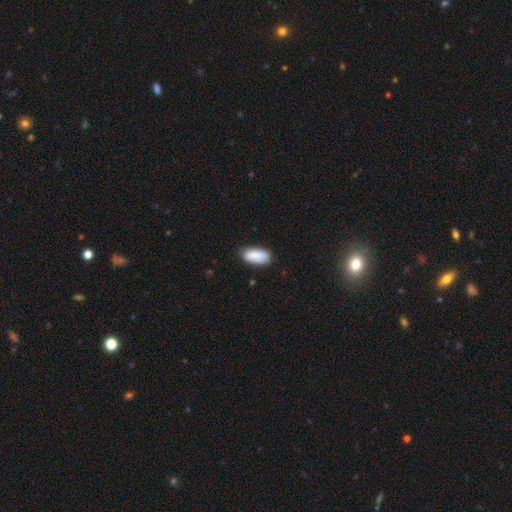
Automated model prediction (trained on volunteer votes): This appears to be a smooth galaxy with no disk features (88%) that is in between round and cigar-shaped (89%). Merging: none (82%).